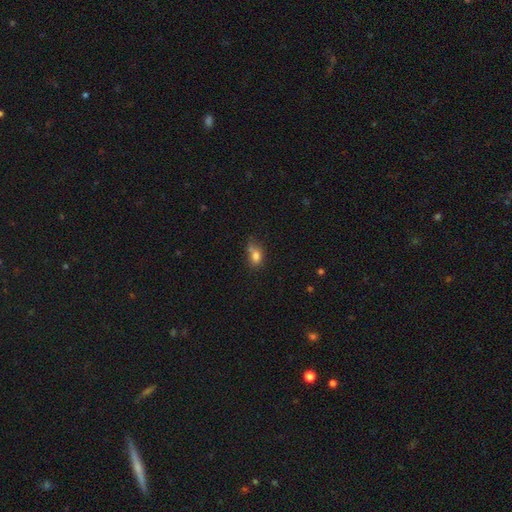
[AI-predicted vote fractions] Smooth or featured? Predicted: smooth (p=0.78). How rounded? Predicted: in between (p=0.69). Merging? Predicted: none (p=0.41).